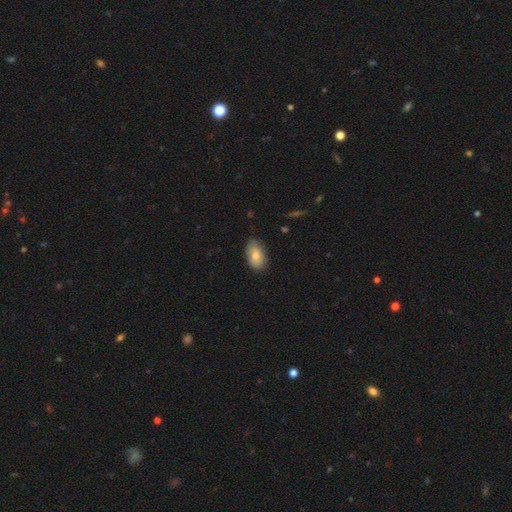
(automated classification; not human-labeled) smooth 81%, featured or disk 13%, star or artifact 7%. Down the decision tree: how rounded — in between (92%); merging — none (75%).